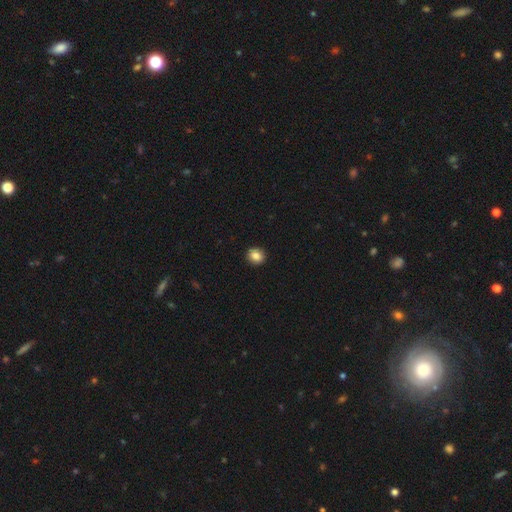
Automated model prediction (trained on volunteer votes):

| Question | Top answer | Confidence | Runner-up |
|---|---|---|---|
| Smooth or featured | smooth | 86% | star or artifact (9%) |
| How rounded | round | 81% | in between (18%) |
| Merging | none | 93% | minor disturbance (5%) |